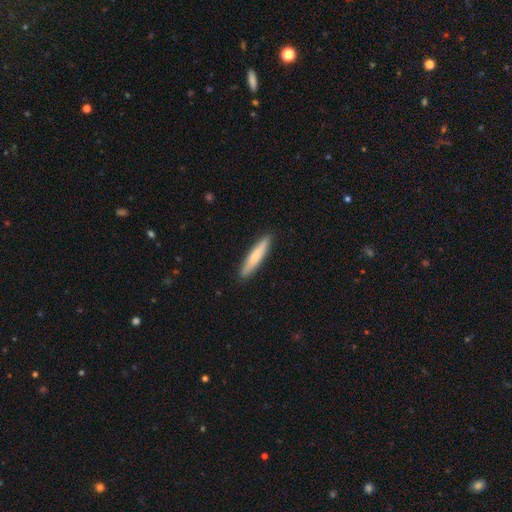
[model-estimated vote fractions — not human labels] The model was most divided on "smooth or featured": smooth: 74%, featured or disk: 21%, star or artifact: 5%. More confident: how rounded — cigar-shaped (91%); merging — none (91%).